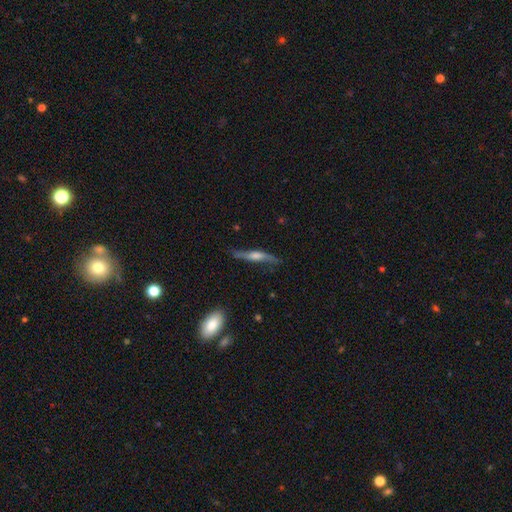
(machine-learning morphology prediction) A featured or disk galaxy (63%) viewed edge-on (83%) with a rounded central bulge (71%). Merging: none (71%).